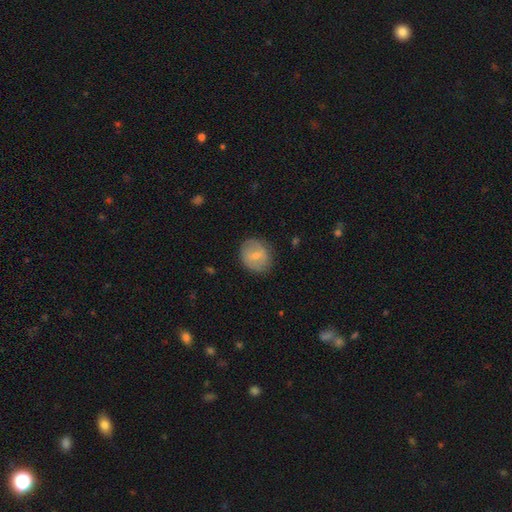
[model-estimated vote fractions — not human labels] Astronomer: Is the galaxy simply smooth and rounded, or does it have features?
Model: smooth — 59%.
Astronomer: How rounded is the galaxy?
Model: round — 71%.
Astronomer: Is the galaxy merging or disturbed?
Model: none — 78%.